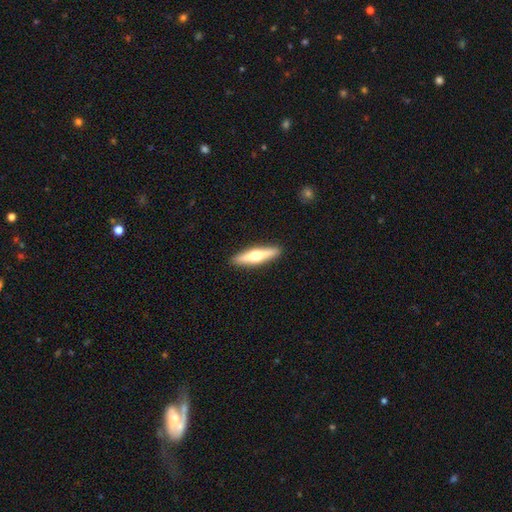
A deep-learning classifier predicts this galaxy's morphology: Q: Smooth or featured?
A: featured or disk (57%); runner-up: smooth (38%)
Q: Edge-on disk?
A: yes (96%); runner-up: no (4%)
Q: Edge-on bulge?
A: rounded (95%); runner-up: boxy (3%)
Q: Merging?
A: none (92%); runner-up: minor disturbance (6%)